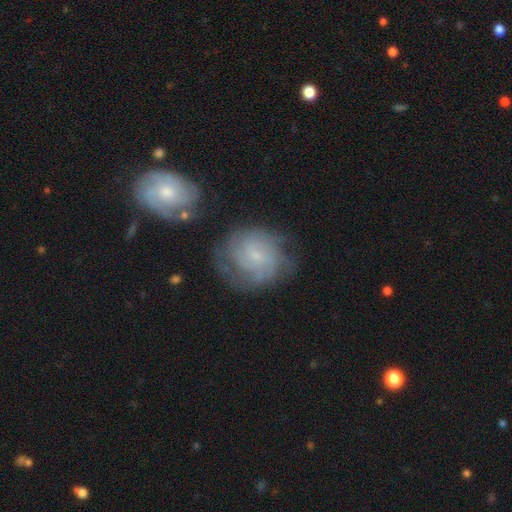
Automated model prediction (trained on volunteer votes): smooth_or_featured: featured or disk (p=0.70) [alt: smooth p=0.22]
disk_edge_on: no (p=0.97) [alt: yes p=0.03]
bar: no (p=0.55) [alt: weak p=0.39]
has_spiral_arms: yes (p=0.91) [alt: no p=0.09]
spiral_winding: tight (p=0.61) [alt: medium p=0.30]
spiral_arm_count: can't tell (p=0.44) [alt: 3 p=0.18]
bulge_size: small (p=0.77) [alt: moderate p=0.12]
merging: none (p=0.65) [alt: minor disturbance p=0.19]